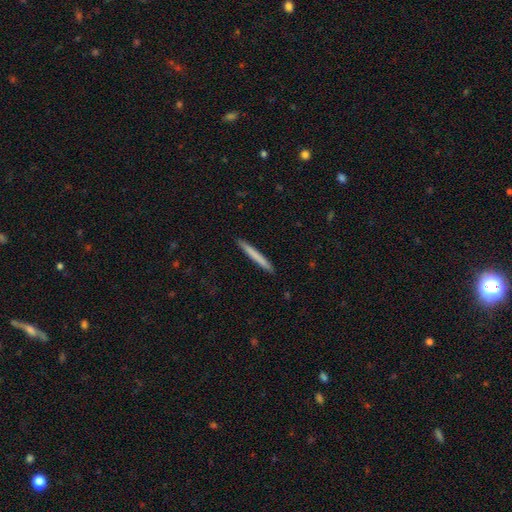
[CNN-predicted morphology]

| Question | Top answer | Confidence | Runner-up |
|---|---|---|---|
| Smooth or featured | smooth | 72% | featured or disk (22%) |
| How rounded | cigar-shaped | 97% | in between (2%) |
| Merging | none | 92% | minor disturbance (6%) |